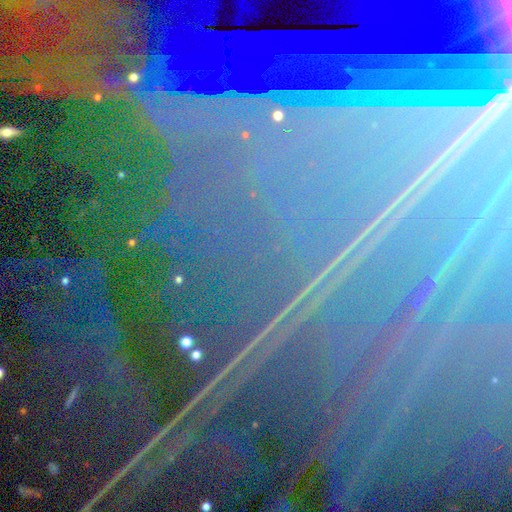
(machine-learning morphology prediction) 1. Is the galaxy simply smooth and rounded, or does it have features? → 88% star or artifact, 7% featured or disk, 5% smooth.